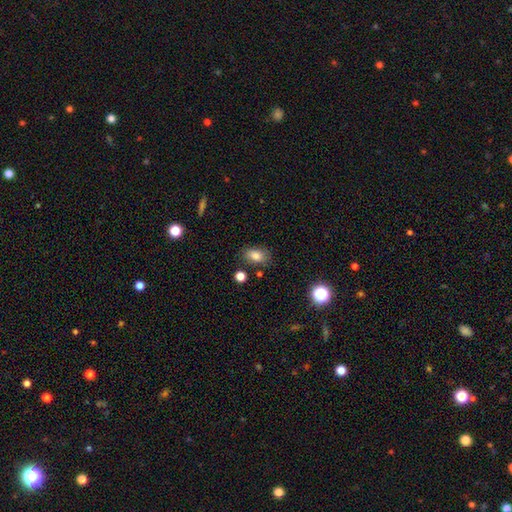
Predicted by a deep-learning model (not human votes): The model was most divided on "merging": none: 77%, minor disturbance: 15%, merger: 4%, major disturbance: 4%. More confident: how rounded — in between (83%); smooth or featured — smooth (82%).